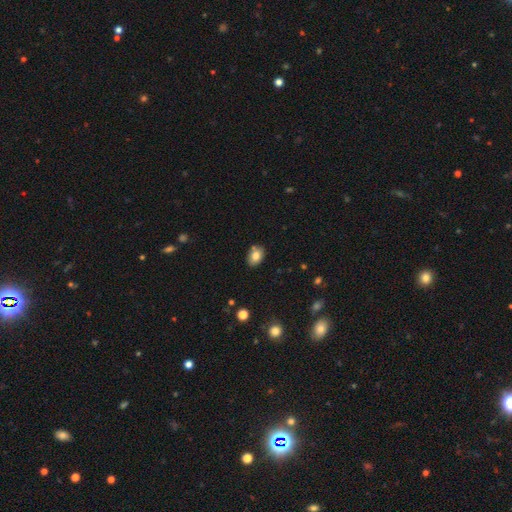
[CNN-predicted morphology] Smooth or featured? smooth (80%)
How rounded? in between (78%)
Merging? none (79%)